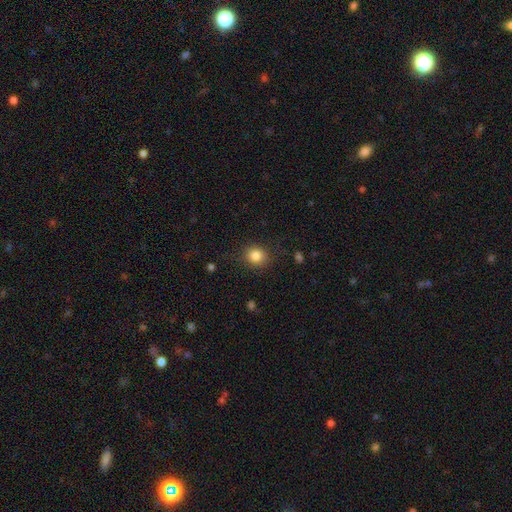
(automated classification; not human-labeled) This appears to be a smooth galaxy with no disk features (84%) that is round (78%). Merging: none (85%).